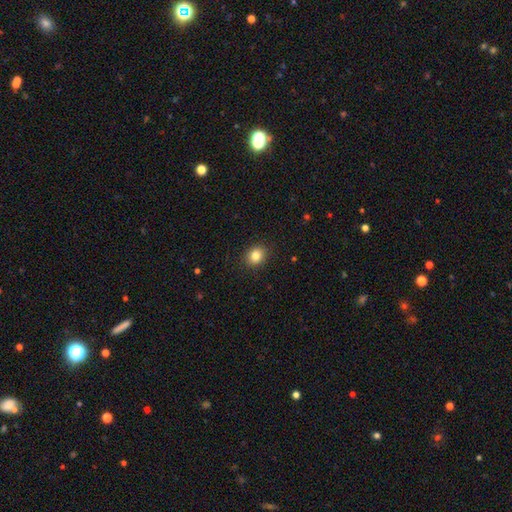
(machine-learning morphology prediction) smooth_or_featured: smooth (p=0.83) [alt: star or artifact p=0.11]
how_rounded: round (p=0.63) [alt: in between p=0.36]
merging: none (p=0.90) [alt: minor disturbance p=0.07]